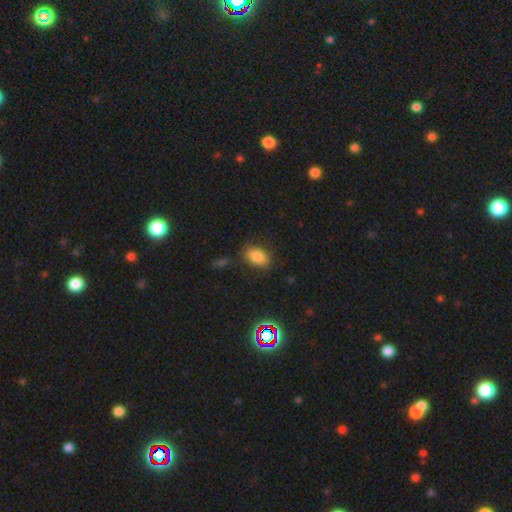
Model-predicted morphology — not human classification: Overall: smooth (81%). How rounded: in between (85%). Merging: none (76%).